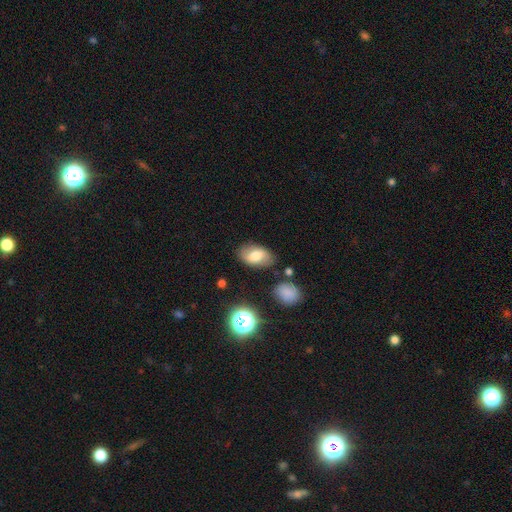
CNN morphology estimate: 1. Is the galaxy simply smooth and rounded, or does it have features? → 71% smooth, 20% featured or disk, 10% star or artifact.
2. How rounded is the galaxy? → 91% in between, 7% round, 2% cigar-shaped.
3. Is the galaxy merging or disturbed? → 78% none, 15% minor disturbance, 4% major disturbance, 4% merger.